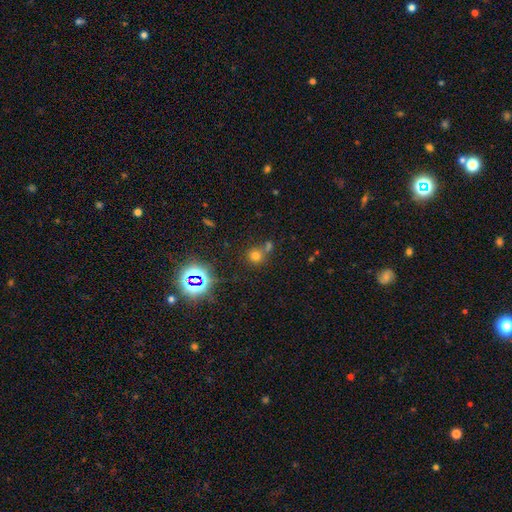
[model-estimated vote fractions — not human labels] Morphology: type=smooth (64%); roundness=round (89%); merging=none (56%).